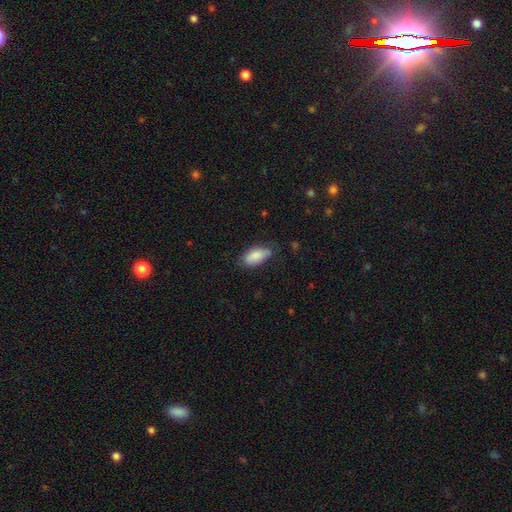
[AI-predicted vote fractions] A smooth galaxy with no disk features (85%) that is in between round and cigar-shaped (90%). Merging: none (71%).